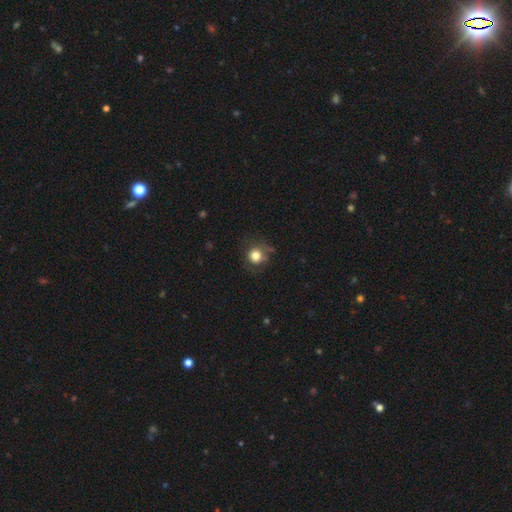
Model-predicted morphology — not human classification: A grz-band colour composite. It shows a smooth galaxy with no disk features (78%) that is round (86%). Merging: none (65%).